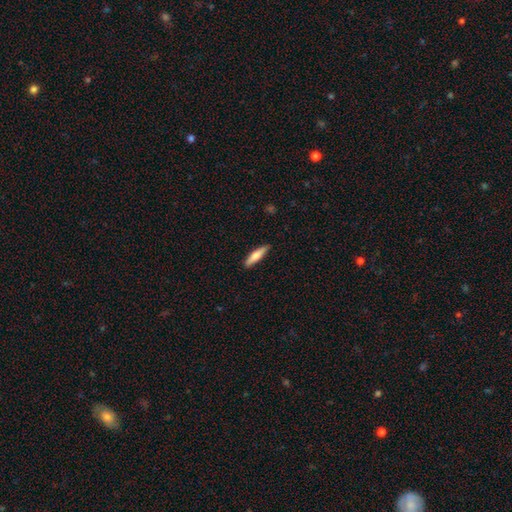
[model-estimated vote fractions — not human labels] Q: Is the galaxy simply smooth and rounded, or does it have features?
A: smooth — 69%.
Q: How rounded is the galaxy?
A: cigar-shaped — 79%.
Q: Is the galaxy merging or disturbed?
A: none — 88%.